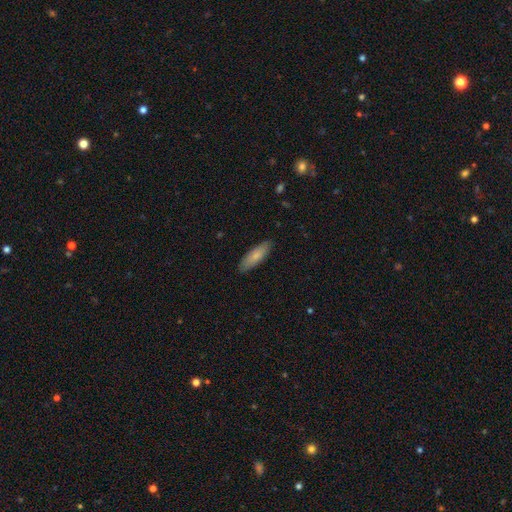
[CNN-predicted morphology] Smooth or featured: smooth — 80% (featured or disk — 15%)
How rounded: in between — 49% (tied with cigar-shaped — 49%)
Merging: none — 87% (minor disturbance — 11%)